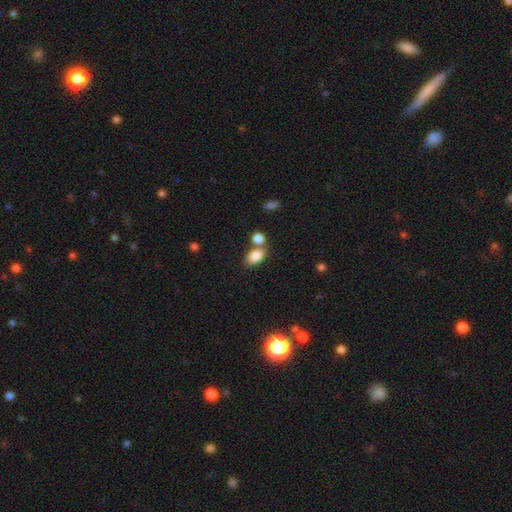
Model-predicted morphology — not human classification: Smooth or featured? Predicted: smooth (p=0.84). How rounded? Predicted: in between (p=0.87). Merging? Predicted: none (p=0.54).